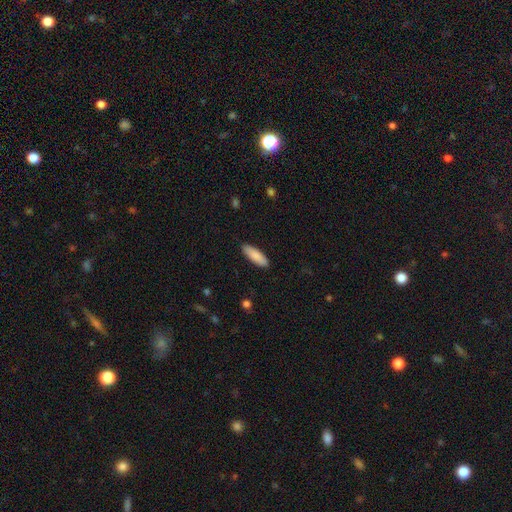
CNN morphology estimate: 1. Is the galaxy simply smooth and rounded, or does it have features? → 86% smooth, 9% featured or disk, 5% star or artifact.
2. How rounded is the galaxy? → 52% in between, 46% cigar-shaped, 2% round.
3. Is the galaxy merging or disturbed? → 89% none, 9% minor disturbance, 2% major disturbance, 1% merger.